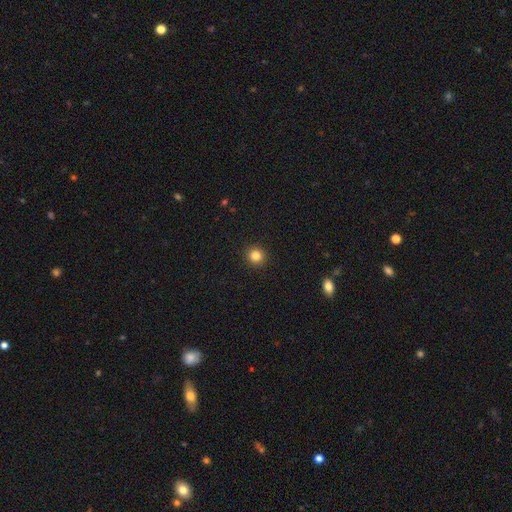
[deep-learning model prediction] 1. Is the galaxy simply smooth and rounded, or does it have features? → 83% smooth, 12% star or artifact, 5% featured or disk.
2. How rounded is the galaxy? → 93% round, 6% in between, 1% cigar-shaped.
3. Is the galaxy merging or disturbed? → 93% none, 5% minor disturbance, 2% major disturbance, 1% merger.